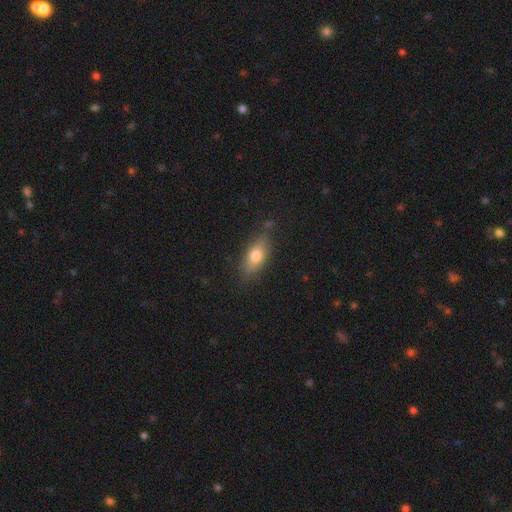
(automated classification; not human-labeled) smooth 72%, featured or disk 20%, star or artifact 8%. Down the decision tree: how rounded — in between (75%); merging — none (77%).